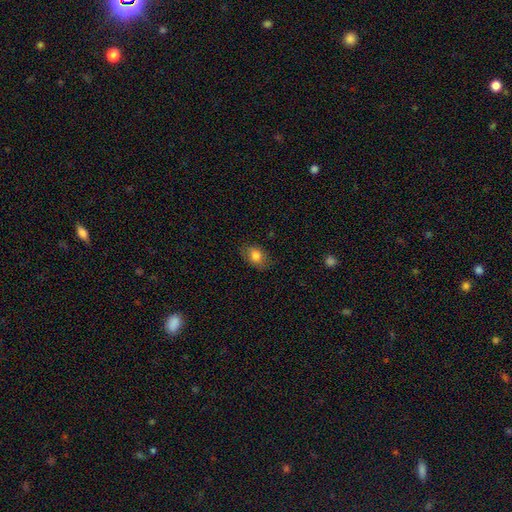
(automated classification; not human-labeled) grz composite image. It shows a smooth galaxy with no disk features (81%) that is in between round and cigar-shaped (77%). Merging: none (80%).